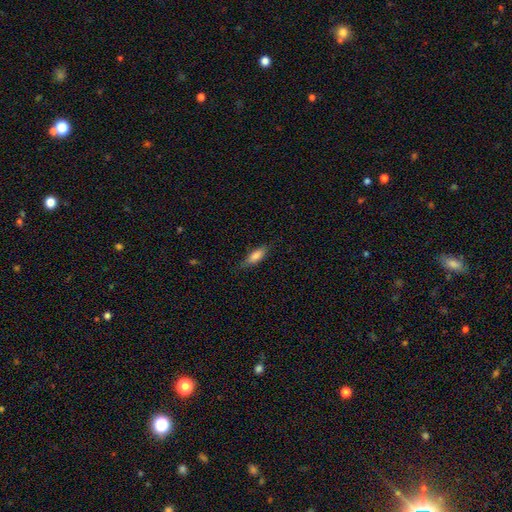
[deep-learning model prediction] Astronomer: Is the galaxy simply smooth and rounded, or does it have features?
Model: smooth — 78%.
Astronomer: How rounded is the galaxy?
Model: in between — 59% (runner-up: cigar-shaped, 39%).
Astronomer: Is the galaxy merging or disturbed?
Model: none — 78%.